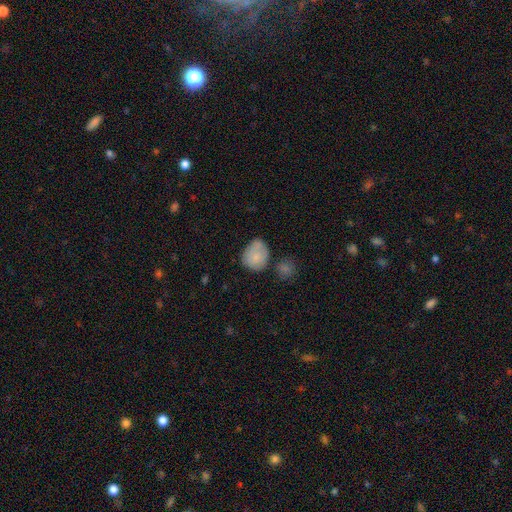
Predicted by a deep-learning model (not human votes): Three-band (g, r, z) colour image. It shows a smooth galaxy with no disk features (81%) that is round (52%). Merging: none (51%).